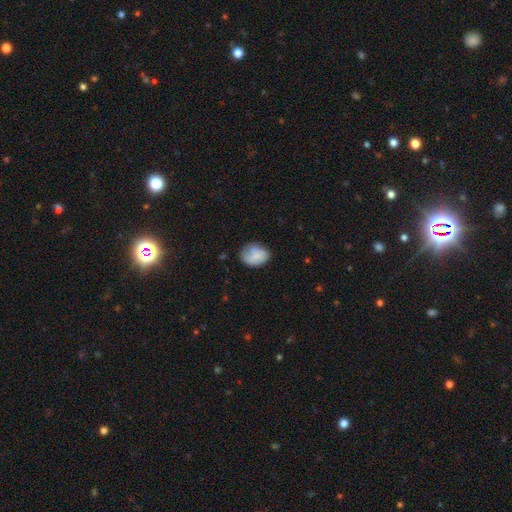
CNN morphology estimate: A smooth galaxy with no disk features (73%) that is in between round and cigar-shaped (56%).

Vote fractions:
- Smooth or featured? smooth: 73% / featured or disk: 19% / star or artifact: 8%
- How rounded? in between: 56% / round: 43% / cigar-shaped: 1%
- Merging? none: 62% / minor disturbance: 27% / major disturbance: 9% / merger: 2%